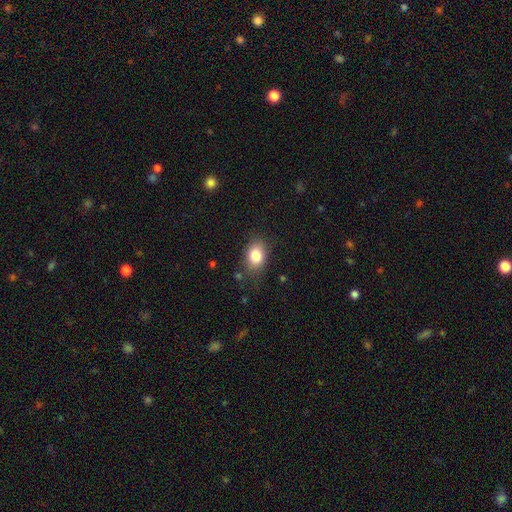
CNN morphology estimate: Smooth or featured? smooth (82%)
How rounded? in between (74%)
Merging? none (78%)